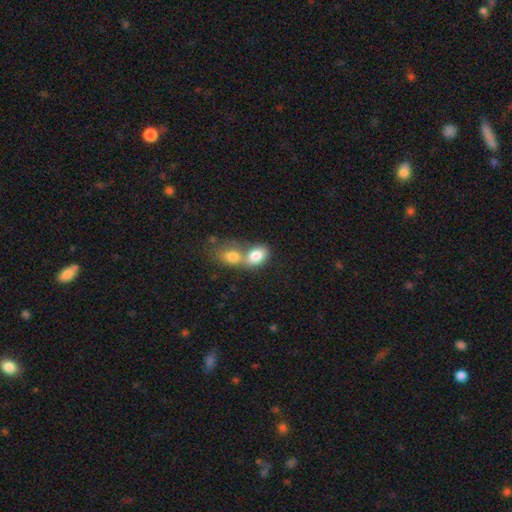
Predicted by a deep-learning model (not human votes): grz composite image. It shows a smooth galaxy with no disk features (80%) that is in between round and cigar-shaped (81%). Merging: merger (67%).